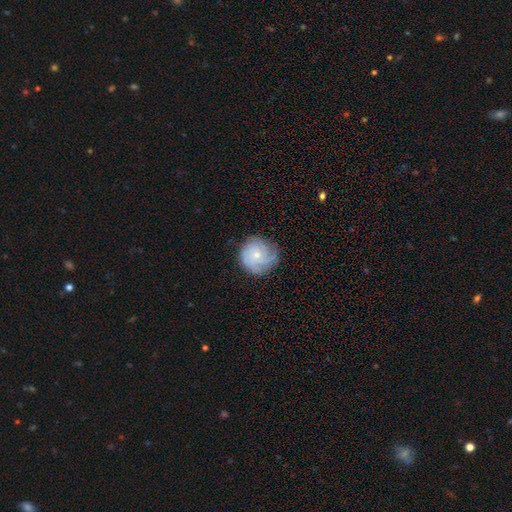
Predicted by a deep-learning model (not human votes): The model was most divided on "spiral arm count": can't tell: 40%, 3: 20%, 4: 16%, 2: 10%, more than 4: 7%, 1: 6%. More confident: edge-on disk — no (98%); spiral arms — yes (90%); bar — no (81%); merging — none (76%); bulge size — small (69%); spiral winding — tight (65%); smooth or featured — featured or disk (62%).